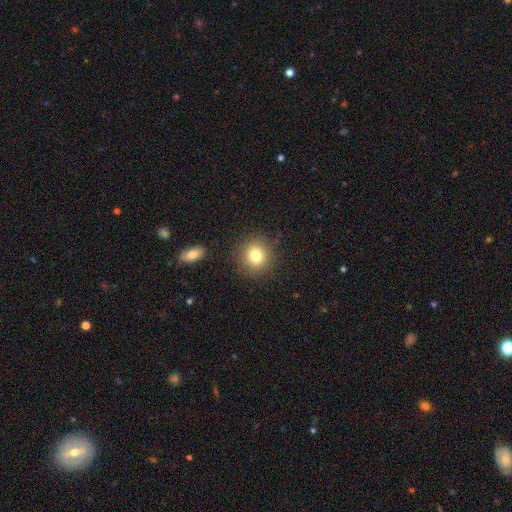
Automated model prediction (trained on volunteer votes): The model was most divided on "smooth or featured": smooth: 80%, star or artifact: 11%, featured or disk: 9%. More confident: merging — none (87%); how rounded — round (87%).